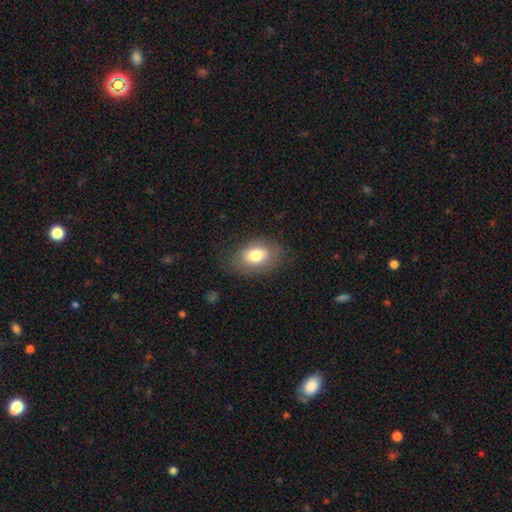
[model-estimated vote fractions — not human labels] Smooth or featured? smooth (77%)
How rounded? in between (82%)
Merging? none (75%)